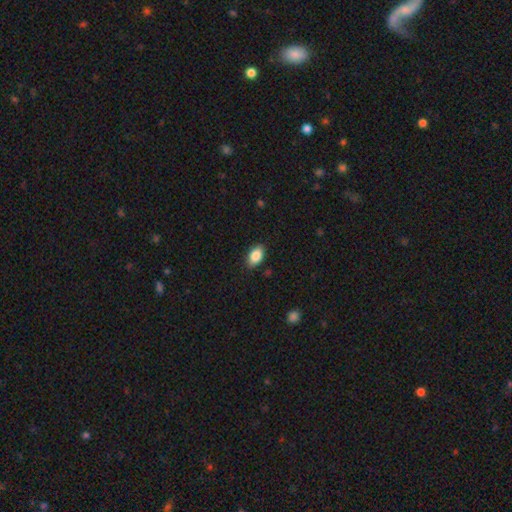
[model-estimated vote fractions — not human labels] A smooth galaxy with no disk features (85%) that is in between round and cigar-shaped (90%). Merging: none (86%).